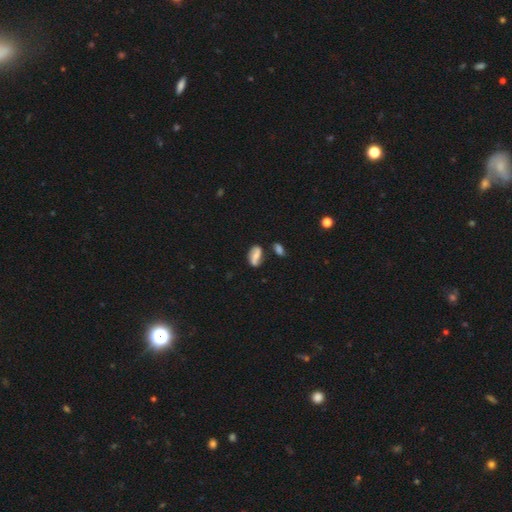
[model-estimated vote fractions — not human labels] Smooth or featured: featured or disk — 46% (smooth — 45%)
Merging: none — 63% (minor disturbance — 20%)